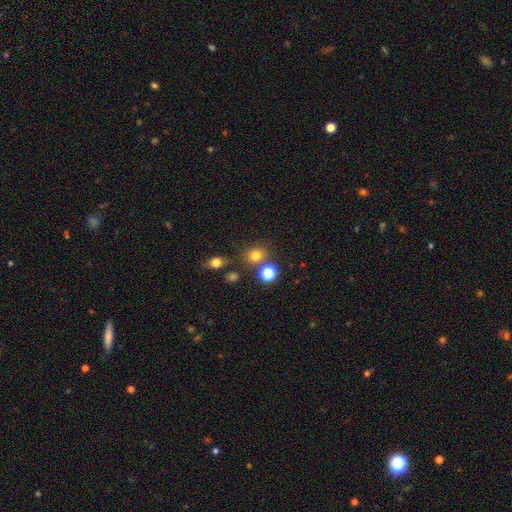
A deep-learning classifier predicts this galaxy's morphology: A smooth galaxy with no disk features (75%) that is round (80%). Merging: none (72%).